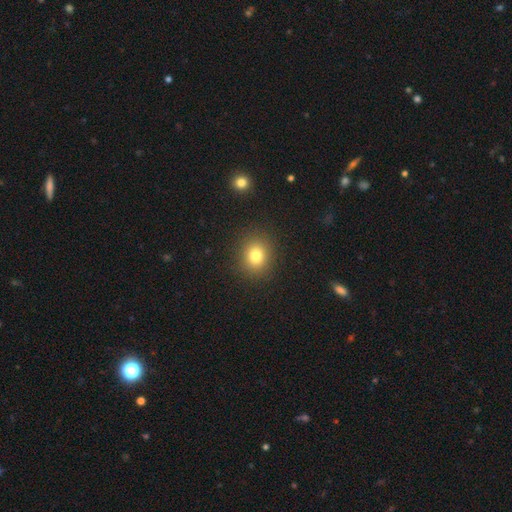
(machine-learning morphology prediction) type=smooth (79%); roundness=round (75%); merging=none (89%).